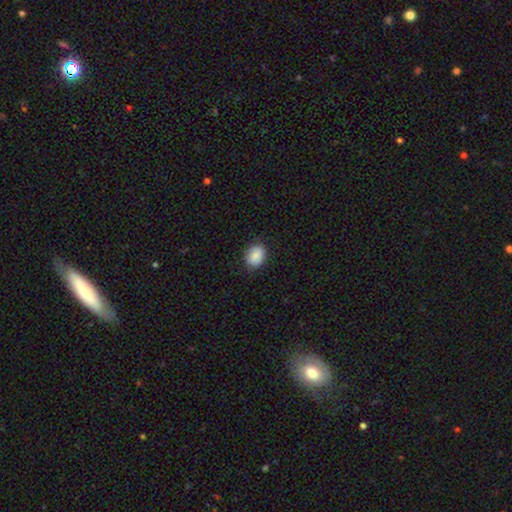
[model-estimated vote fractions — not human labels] Smooth or featured: smooth — 88% (star or artifact — 7%)
How rounded: in between — 58% (round — 41%)
Merging: none — 84% (minor disturbance — 13%)